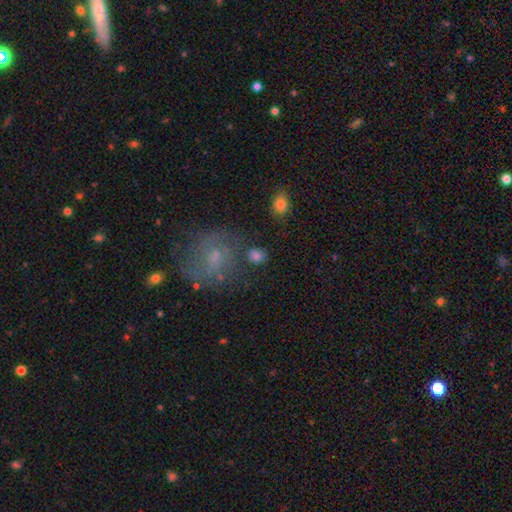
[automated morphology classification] smooth 76%, star or artifact 13%, featured or disk 11%. Down the decision tree: how rounded — round (77%); merging — none (74%).